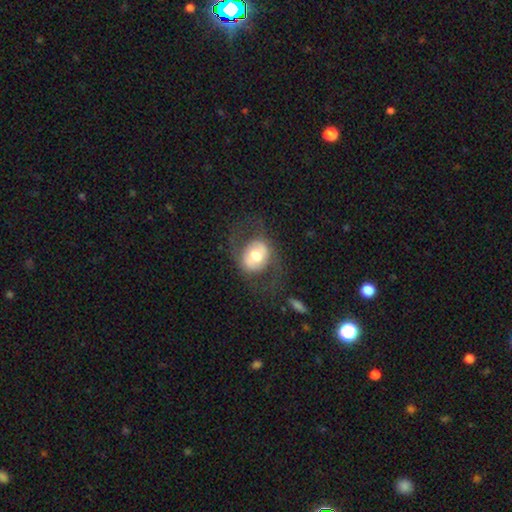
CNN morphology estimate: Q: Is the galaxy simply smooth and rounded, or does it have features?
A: smooth — 47%.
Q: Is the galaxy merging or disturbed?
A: none — 64%.